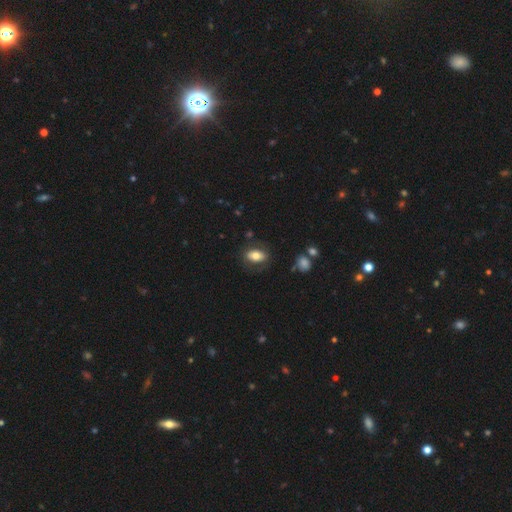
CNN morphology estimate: The model was most divided on "smooth or featured": smooth: 72%, featured or disk: 20%, star or artifact: 7%. More confident: how rounded — in between (86%); merging — none (77%).